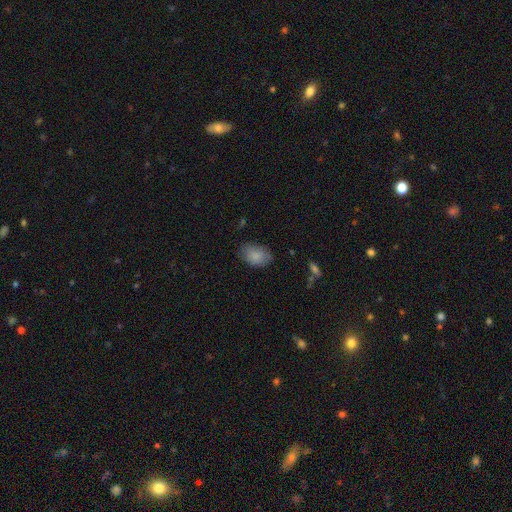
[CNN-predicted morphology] type=smooth (85%); roundness=in between (83%); merging=none (73%).